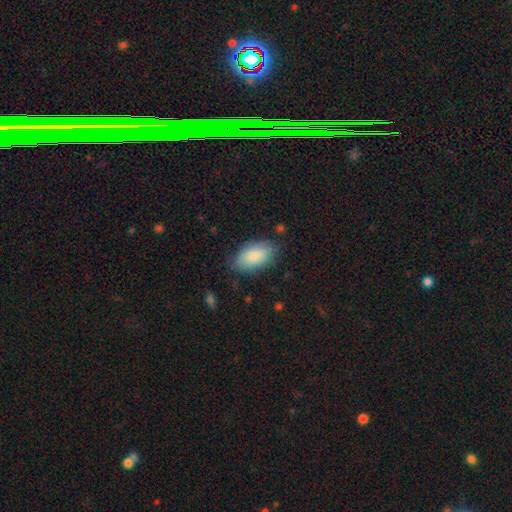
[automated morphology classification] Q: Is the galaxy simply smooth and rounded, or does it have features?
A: smooth — 87%.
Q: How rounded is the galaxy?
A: in between — 93%.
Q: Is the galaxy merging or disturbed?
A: none — 79%.